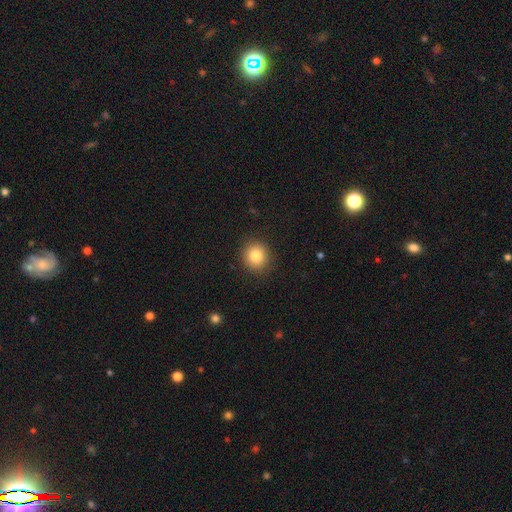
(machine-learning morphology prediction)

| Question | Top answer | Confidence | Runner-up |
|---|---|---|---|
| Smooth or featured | smooth | 84% | star or artifact (10%) |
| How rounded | round | 88% | in between (11%) |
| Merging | none | 90% | minor disturbance (7%) |